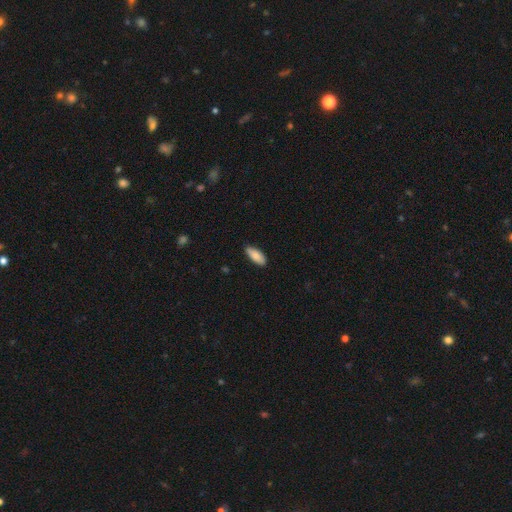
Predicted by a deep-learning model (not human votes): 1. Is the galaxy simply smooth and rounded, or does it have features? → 87% smooth, 7% featured or disk, 6% star or artifact.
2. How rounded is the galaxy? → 82% in between, 16% cigar-shaped, 2% round.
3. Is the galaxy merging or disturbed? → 83% none, 14% minor disturbance, 2% major disturbance, 1% merger.